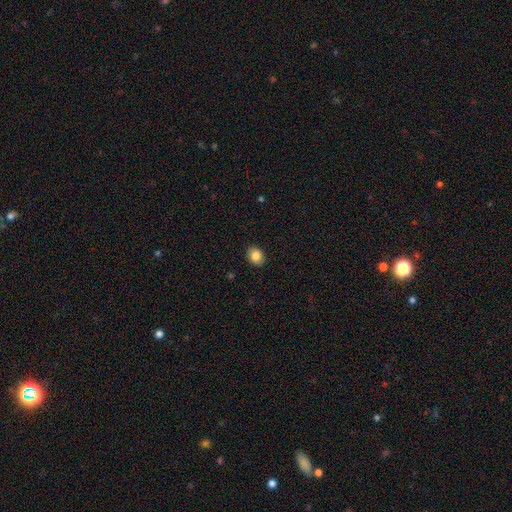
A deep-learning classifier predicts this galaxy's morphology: Smooth or featured? smooth (85%)
How rounded? in between (55%)
Merging? none (90%)